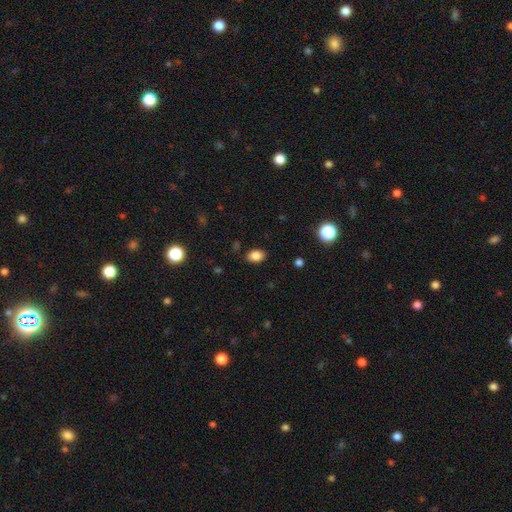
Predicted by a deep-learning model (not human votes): smooth_or_featured: smooth (p=0.85) [alt: star or artifact p=0.11]
how_rounded: in between (p=0.80) [alt: round p=0.19]
merging: none (p=0.86) [alt: minor disturbance p=0.10]